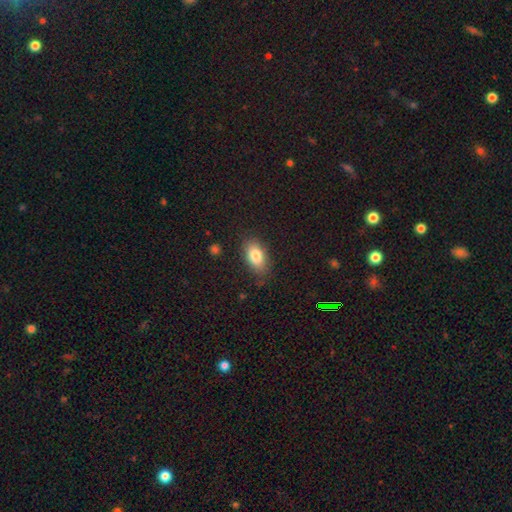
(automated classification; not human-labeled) smooth-or-featured: smooth: 81% | featured or disk: 11% | star or artifact: 8%
  how-rounded: in between: 89% | round: 7% | cigar-shaped: 4%
  merging: none: 81% | minor disturbance: 14% | major disturbance: 3% | merger: 1%